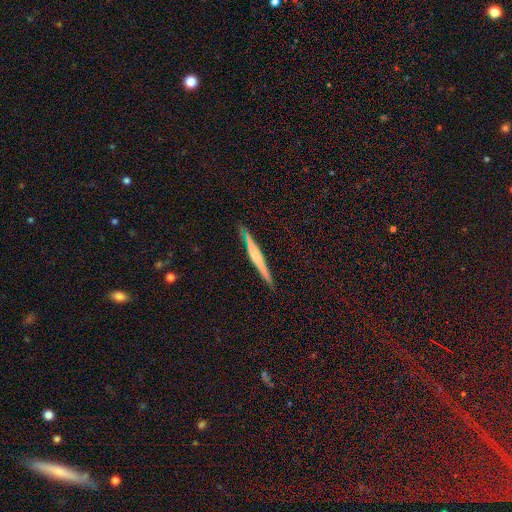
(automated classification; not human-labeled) A featured or disk galaxy (66%) viewed edge-on (97%) with a rounded central bulge (64%). Merging: none (87%).